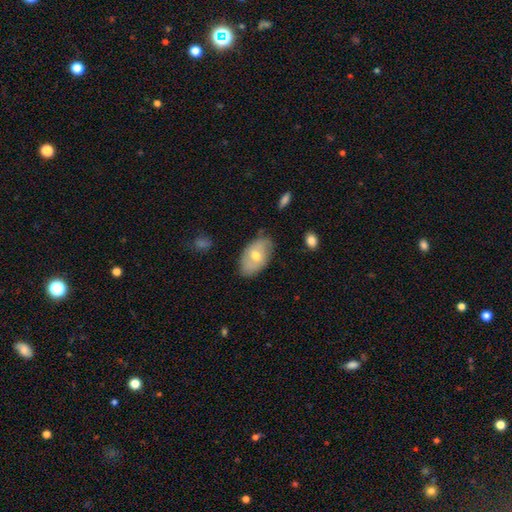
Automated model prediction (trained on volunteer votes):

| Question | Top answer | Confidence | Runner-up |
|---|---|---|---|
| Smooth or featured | smooth | 57% | featured or disk (36%) |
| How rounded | in between | 91% | round (7%) |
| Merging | none | 76% | minor disturbance (18%) |